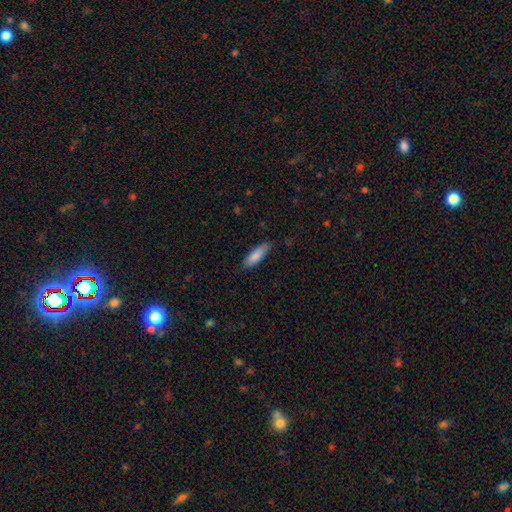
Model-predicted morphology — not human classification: Q: Smooth or featured?
A: smooth (83%); runner-up: featured or disk (11%)
Q: How rounded?
A: cigar-shaped (56%); runner-up: in between (43%)
Q: Merging?
A: none (81%); runner-up: minor disturbance (15%)